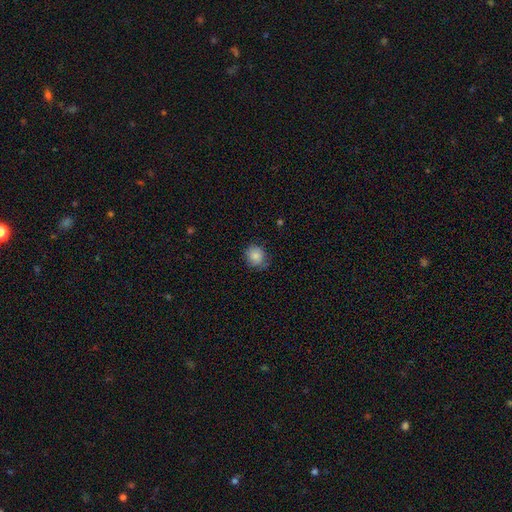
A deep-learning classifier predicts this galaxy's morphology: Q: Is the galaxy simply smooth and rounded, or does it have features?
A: smooth — 85%.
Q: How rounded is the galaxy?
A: round — 78%.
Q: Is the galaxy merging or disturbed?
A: none — 76%.